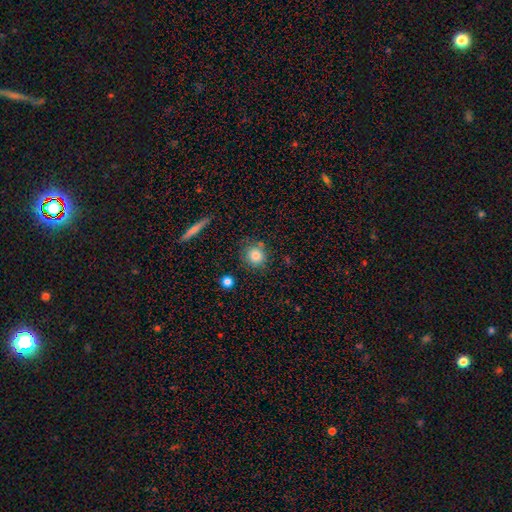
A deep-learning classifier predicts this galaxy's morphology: This is clearly a smooth galaxy (83%). How rounded: clearly round (86%). Merging: likely none (78%).